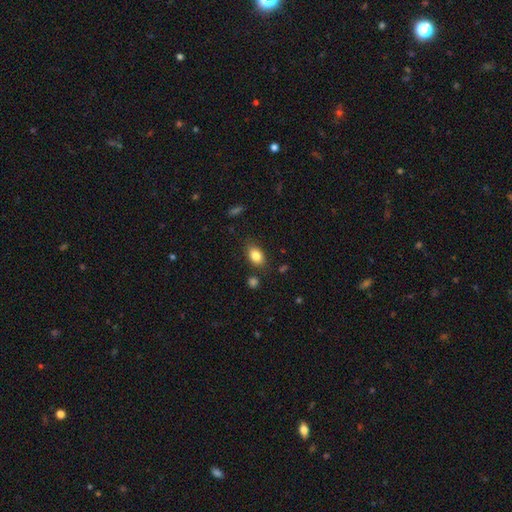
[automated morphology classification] Smooth or featured? smooth (84%)
How rounded? in between (85%)
Merging? none (81%)